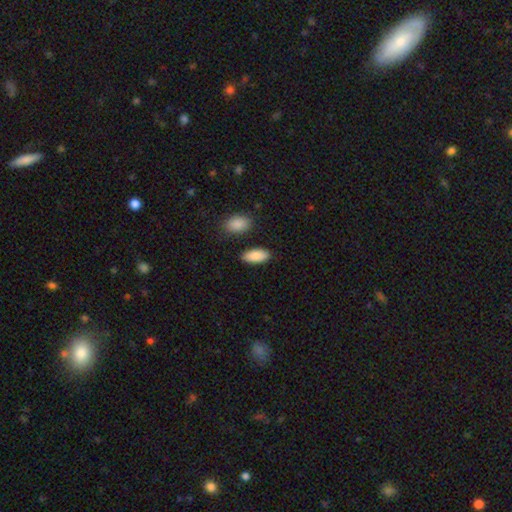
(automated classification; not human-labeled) Smooth or featured? smooth (88%)
How rounded? in between (90%)
Merging? none (85%)